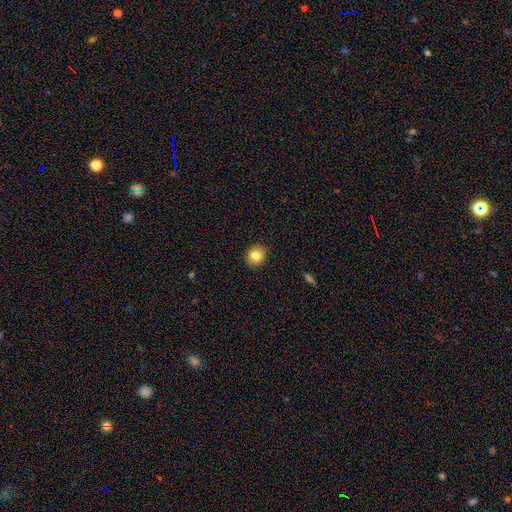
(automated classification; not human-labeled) Smooth or featured? smooth (82%)
How rounded? round (73%)
Merging? none (89%)